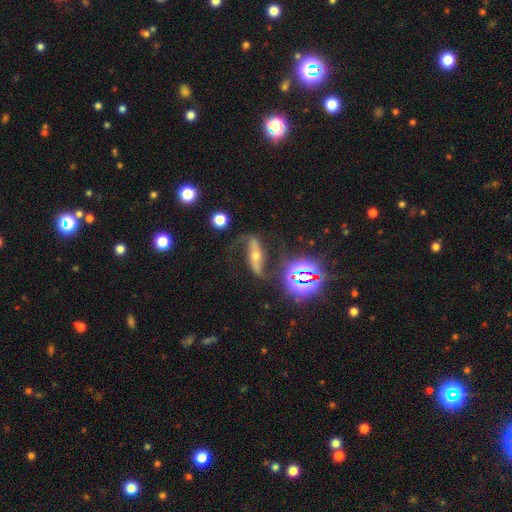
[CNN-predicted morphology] Q: Smooth or featured?
A: featured or disk (75%); runner-up: star or artifact (14%)
Q: Edge-on disk?
A: no (80%); runner-up: yes (20%)
Q: Bar?
A: strong (53%); runner-up: no (30%)
Q: Spiral arms?
A: yes (90%); runner-up: no (10%)
Q: Spiral winding?
A: loose (75%); runner-up: medium (18%)
Q: Spiral arm count?
A: 2 (89%); runner-up: 1 (5%)
Q: Bulge size?
A: moderate (58%); runner-up: small (33%)
Q: Merging?
A: none (67%); runner-up: minor disturbance (17%)